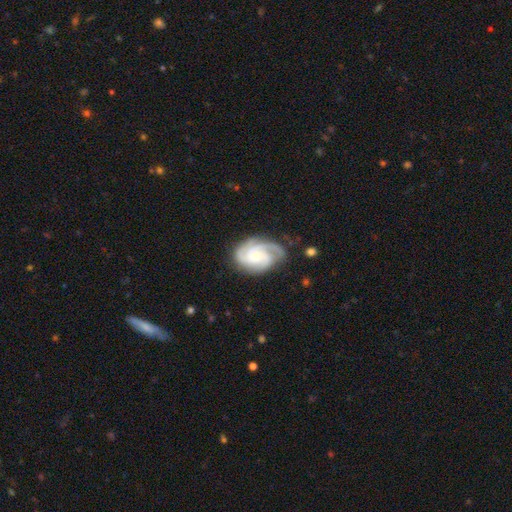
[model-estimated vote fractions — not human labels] The model was most divided on "spiral winding": tight: 57%, medium: 37%, loose: 6%. More confident: spiral arms — yes (98%); edge-on disk — no (98%); smooth or featured — featured or disk (88%); merging — none (71%); bar — no (68%); spiral arm count — 3 (60%); bulge size — small (59%).